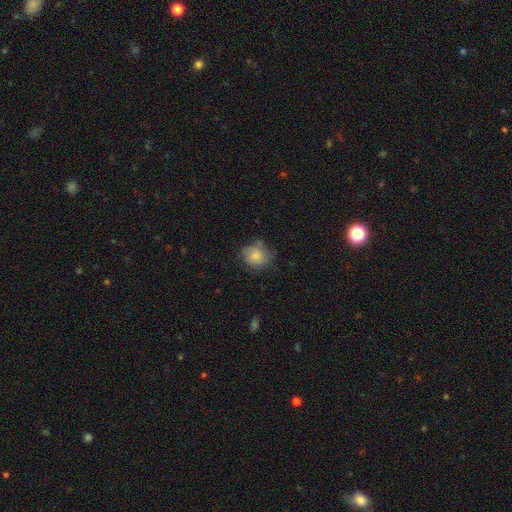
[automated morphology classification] Smooth or featured? Predicted: smooth (p=0.69). How rounded? Predicted: round (p=0.75). Merging? Predicted: none (p=0.62).